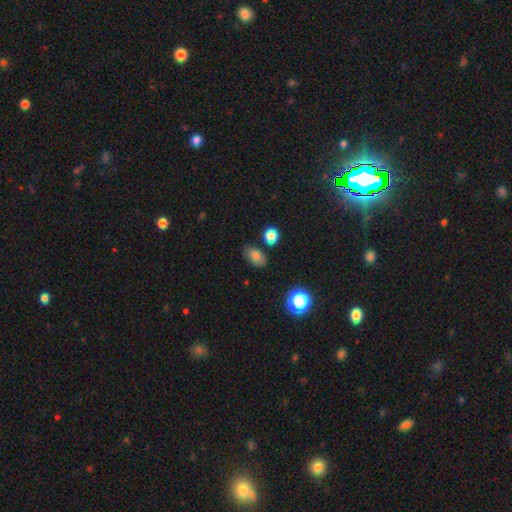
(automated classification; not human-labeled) Smooth or featured? Predicted: smooth (p=0.79). How rounded? Predicted: in between (p=0.86). Merging? Predicted: none (p=0.75).